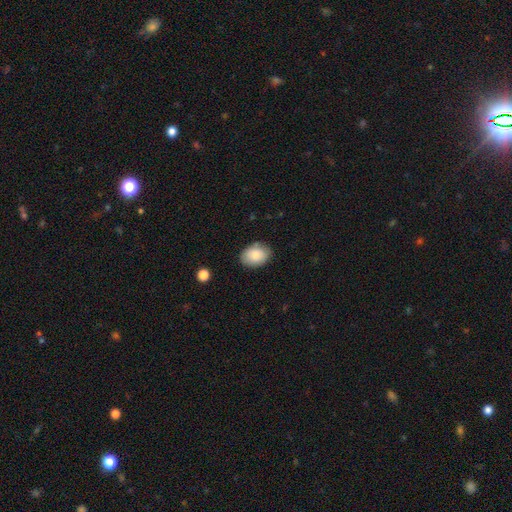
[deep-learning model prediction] smooth_or_featured: smooth (p=0.85) [alt: featured or disk p=0.08]
how_rounded: in between (p=0.77) [alt: round p=0.23]
merging: none (p=0.82) [alt: minor disturbance p=0.14]